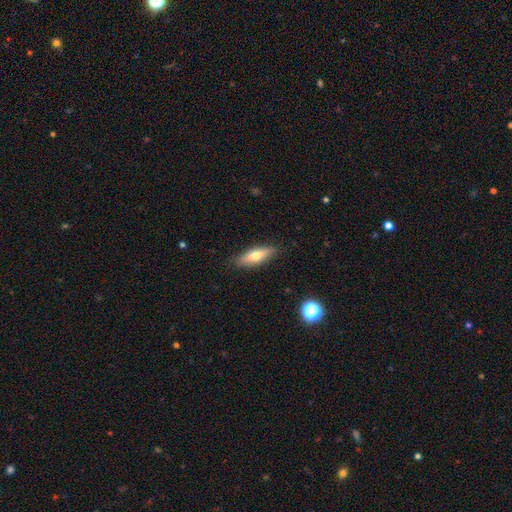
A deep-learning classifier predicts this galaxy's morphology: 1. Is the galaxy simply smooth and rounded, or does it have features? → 63% smooth, 31% featured or disk, 7% star or artifact.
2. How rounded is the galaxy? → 51% in between, 46% cigar-shaped, 3% round.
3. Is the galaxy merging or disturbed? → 85% none, 11% minor disturbance, 2% major disturbance, 1% merger.